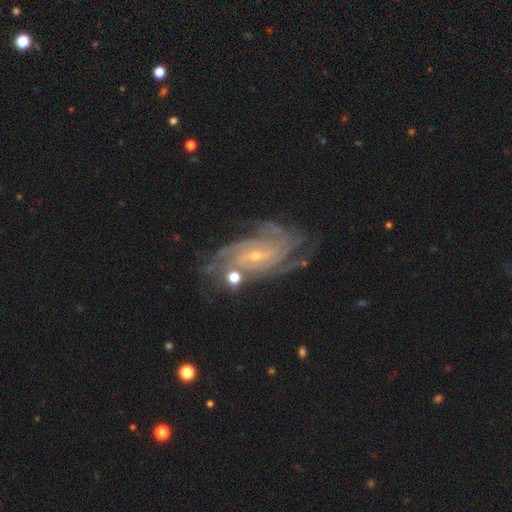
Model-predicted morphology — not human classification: featured or disk 90%, star or artifact 6%, smooth 4%. Down the decision tree: edge-on disk — no (96%); bar — no (46%); spiral arms — yes (98%); spiral arm count — 4 (30%); spiral winding — tight (66%); bulge size — small (77%); merging — none (67%).